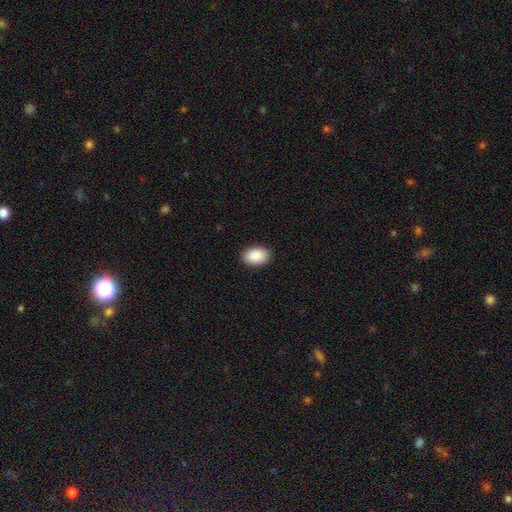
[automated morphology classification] A smooth galaxy with no disk features (91%) that is in between round and cigar-shaped (90%). Merging: none (90%).